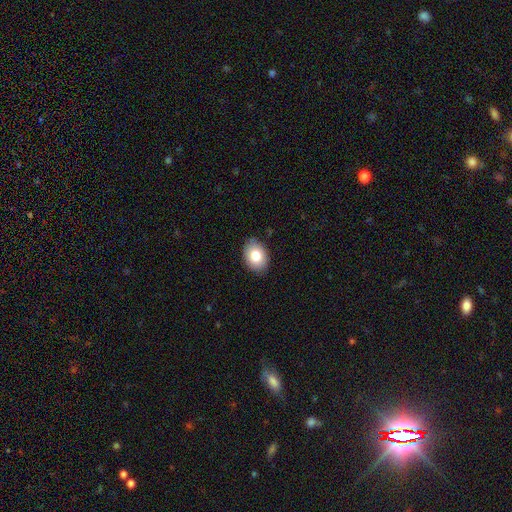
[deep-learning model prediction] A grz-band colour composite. It shows a smooth galaxy with no disk features (82%) that is in between round and cigar-shaped (76%). Merging: none (84%).